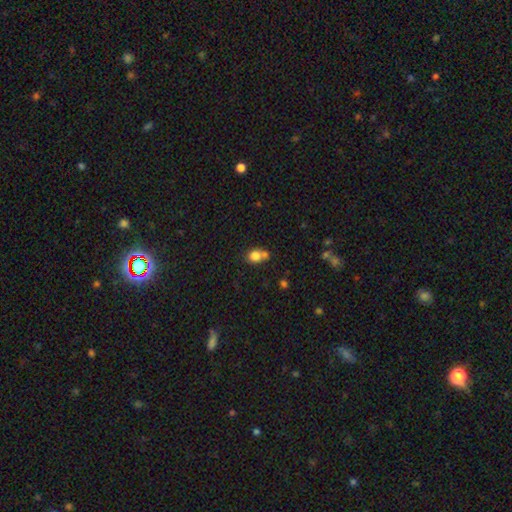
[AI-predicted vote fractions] smooth_or_featured: smooth (p=0.80) [alt: star or artifact p=0.11]
how_rounded: round (p=0.57) [alt: in between p=0.42]
merging: none (p=0.41) [tied with: merger p=0.41]